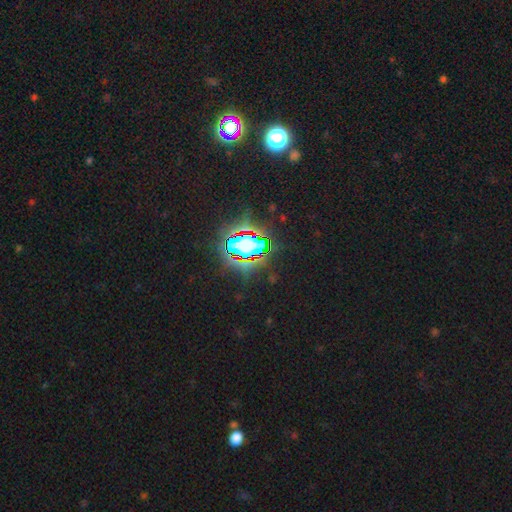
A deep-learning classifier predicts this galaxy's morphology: A star or artifact, not a galaxy (79%).

Vote fractions:
- Smooth or featured? star or artifact: 79% / smooth: 12% / featured or disk: 9%